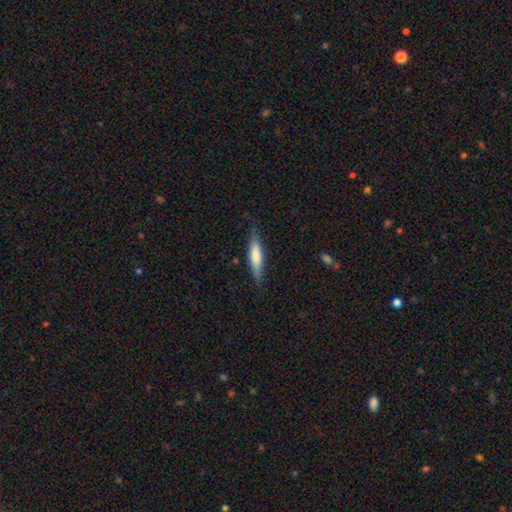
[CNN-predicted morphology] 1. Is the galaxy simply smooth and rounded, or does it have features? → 62% smooth, 32% featured or disk, 6% star or artifact.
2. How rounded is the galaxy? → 81% cigar-shaped, 17% in between, 1% round.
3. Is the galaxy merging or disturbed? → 79% none, 16% minor disturbance, 3% major disturbance, 1% merger.